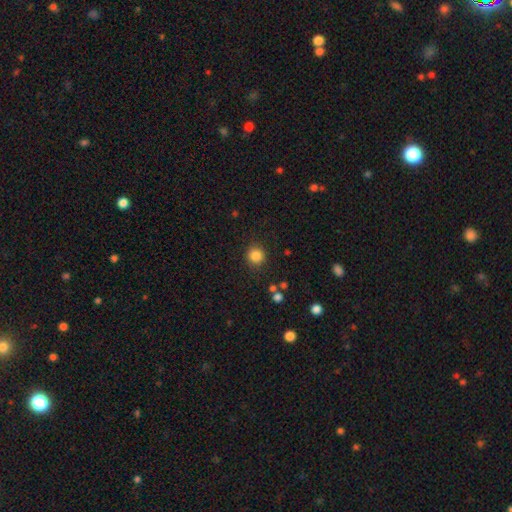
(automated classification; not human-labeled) Morphology: type=smooth (85%); roundness=round (91%); merging=none (87%).